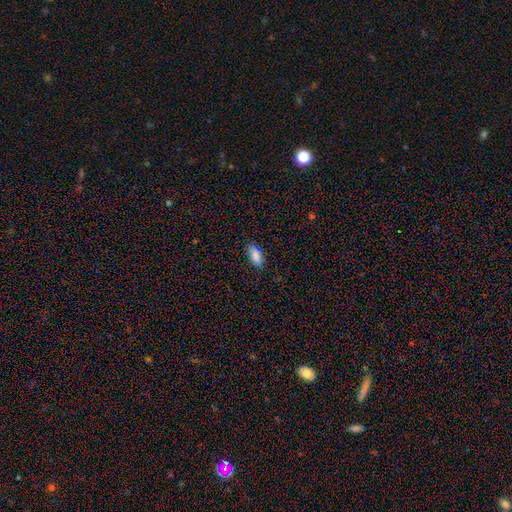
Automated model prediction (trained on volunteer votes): Morphology: type=smooth (83%); roundness=in between (87%); merging=none (82%).